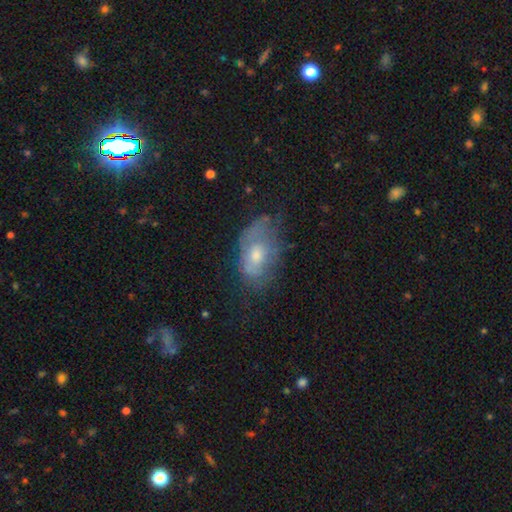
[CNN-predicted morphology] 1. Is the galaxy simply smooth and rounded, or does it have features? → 46% featured or disk (tied), 46% smooth (tied), 8% star or artifact.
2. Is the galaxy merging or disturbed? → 42% none, 32% minor disturbance, 23% major disturbance, 3% merger.